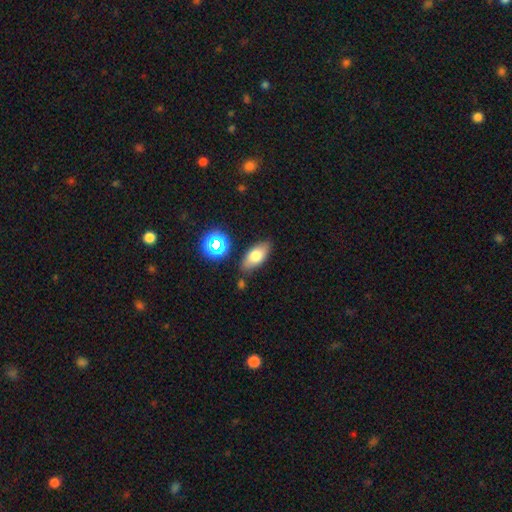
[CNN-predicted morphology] Q: Smooth or featured?
A: smooth (73%); runner-up: featured or disk (17%)
Q: How rounded?
A: in between (87%); runner-up: cigar-shaped (8%)
Q: Merging?
A: none (80%); runner-up: minor disturbance (13%)